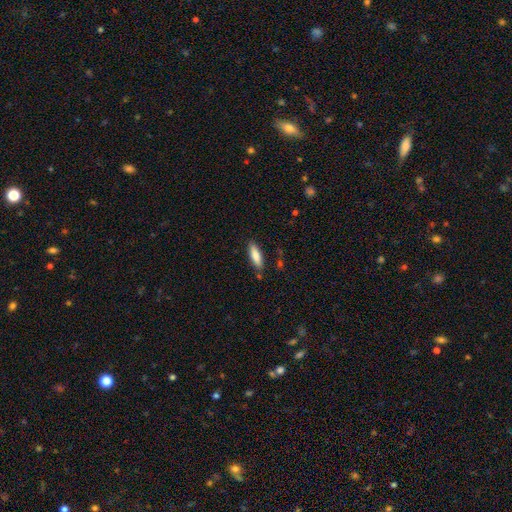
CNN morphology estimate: A smooth galaxy with no disk features (81%) that is cigar-shaped (54%).

Vote fractions:
- Smooth or featured? smooth: 81% / featured or disk: 12% / star or artifact: 6%
- How rounded? cigar-shaped: 54% / in between: 44% / round: 1%
- Merging? none: 82% / minor disturbance: 12% / merger: 3% / major disturbance: 3%